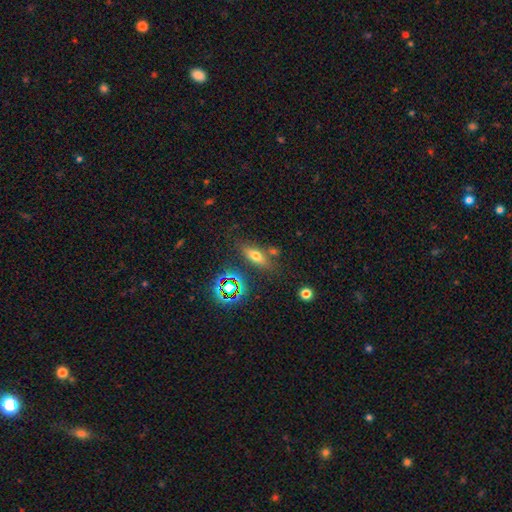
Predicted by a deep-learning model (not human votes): smooth-or-featured: smooth: 56% | featured or disk: 24% | star or artifact: 20%
  how-rounded: in between: 58% | cigar-shaped: 33% | round: 9%
  merging: none: 73% | minor disturbance: 14% | merger: 8% | major disturbance: 5%